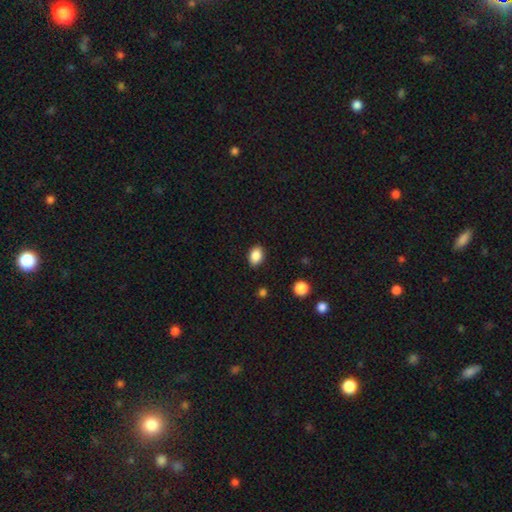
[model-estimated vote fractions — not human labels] Q: Smooth or featured?
A: smooth (88%); runner-up: star or artifact (9%)
Q: How rounded?
A: in between (78%); runner-up: round (20%)
Q: Merging?
A: none (88%); runner-up: minor disturbance (9%)